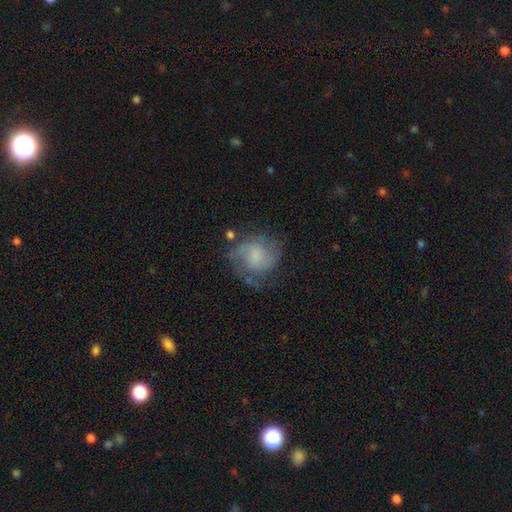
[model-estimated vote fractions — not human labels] A featured or disk galaxy (62%) with no bar (58%), 2 (53%) medium (49%) spiral arms (87%) and a small central bulge (35%). Merging: none (60%).